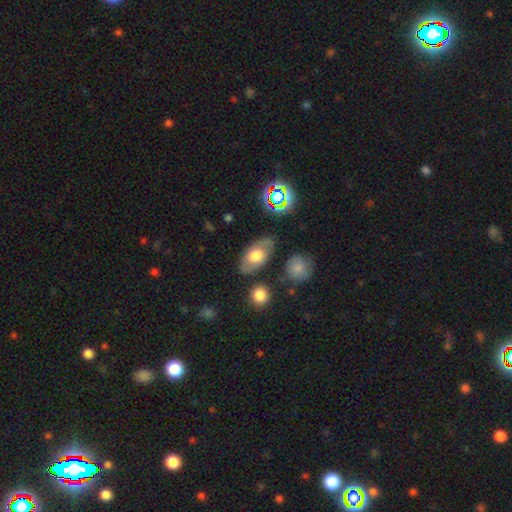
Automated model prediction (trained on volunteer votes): smooth 60%, featured or disk 31%, star or artifact 9%. Down the decision tree: how rounded — in between (88%); merging — none (76%).